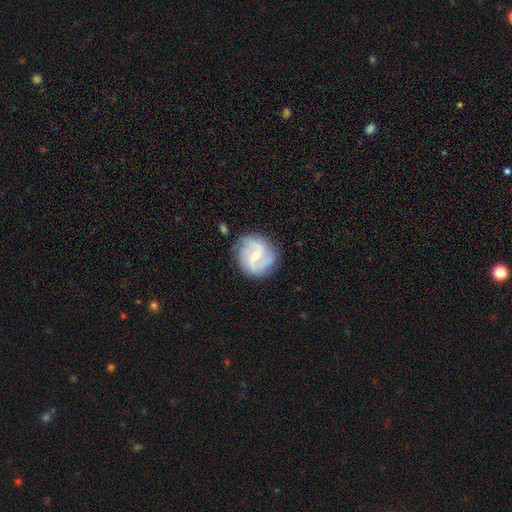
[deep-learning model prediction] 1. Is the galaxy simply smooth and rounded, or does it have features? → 82% featured or disk, 13% smooth, 5% star or artifact.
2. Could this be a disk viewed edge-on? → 98% no, 2% yes.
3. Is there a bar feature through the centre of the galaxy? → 53% weak, 29% no, 18% strong.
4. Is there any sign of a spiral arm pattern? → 94% yes, 6% no.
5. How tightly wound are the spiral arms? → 47% medium, 30% loose, 22% tight.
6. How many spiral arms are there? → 62% 2, 17% 3, 11% can't tell, 4% 4, 3% 1, 3% more than 4.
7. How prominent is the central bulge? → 57% small, 39% moderate, 2% none, 1% large, 1% dominant.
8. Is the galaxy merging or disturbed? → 78% none, 15% minor disturbance, 5% major disturbance, 2% merger.